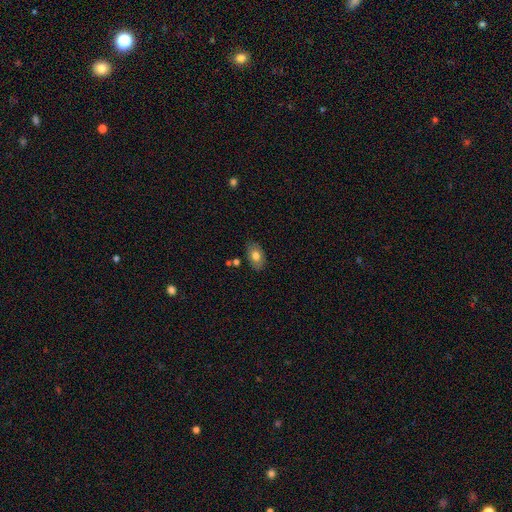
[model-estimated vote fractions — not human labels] smooth_or_featured: smooth (p=0.73) [alt: featured or disk p=0.19]
how_rounded: in between (p=0.88) [alt: round p=0.11]
merging: none (p=0.80) [alt: minor disturbance p=0.14]